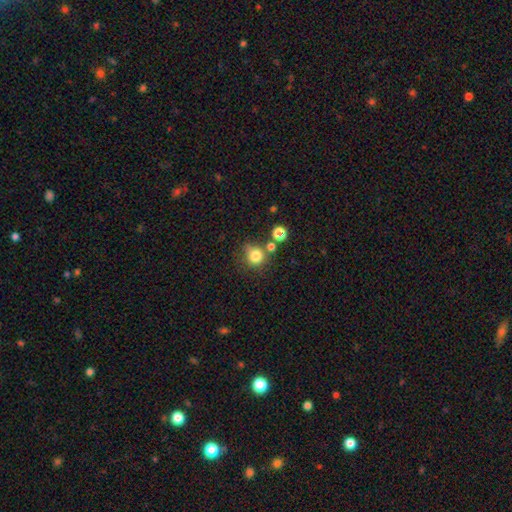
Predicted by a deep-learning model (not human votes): smooth-or-featured: smooth: 80% | star or artifact: 13% | featured or disk: 7%
  how-rounded: round: 88% | in between: 11% | cigar-shaped: 1%
  merging: none: 64% | minor disturbance: 16% | merger: 14% | major disturbance: 6%